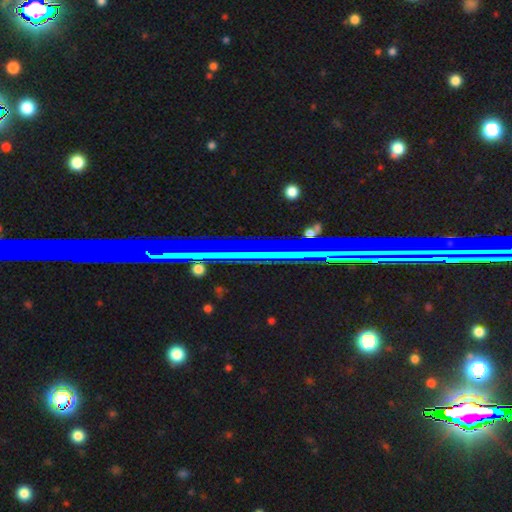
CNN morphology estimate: Smooth or featured: star or artifact — 76% (featured or disk — 14%)